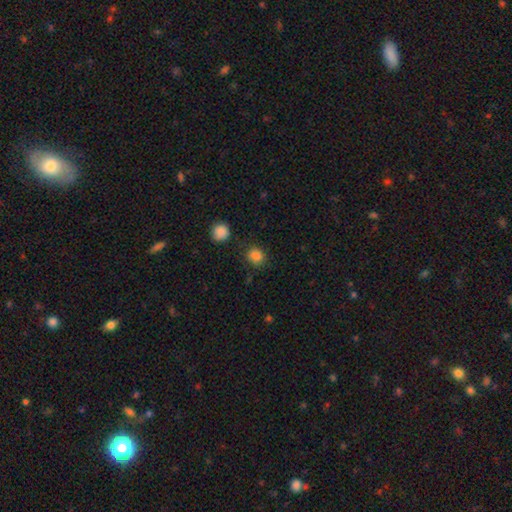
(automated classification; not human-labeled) Q: Smooth or featured?
A: smooth (85%); runner-up: star or artifact (12%)
Q: How rounded?
A: round (74%); runner-up: in between (25%)
Q: Merging?
A: none (83%); runner-up: minor disturbance (11%)